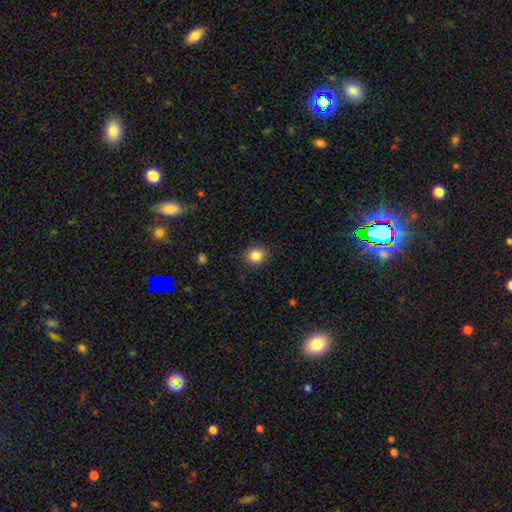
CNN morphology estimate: smooth-or-featured: smooth: 85% | star or artifact: 10% | featured or disk: 5%
  how-rounded: round: 83% | in between: 16% | cigar-shaped: 1%
  merging: none: 89% | minor disturbance: 8% | major disturbance: 2% | merger: 1%